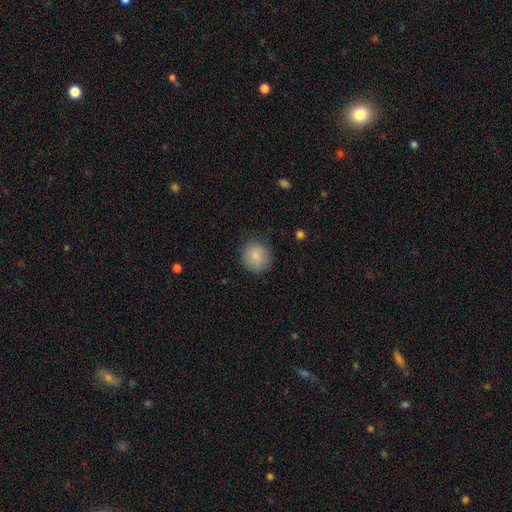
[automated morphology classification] Smooth or featured? Predicted: smooth (p=0.85). How rounded? Predicted: round (p=0.88). Merging? Predicted: none (p=0.84).